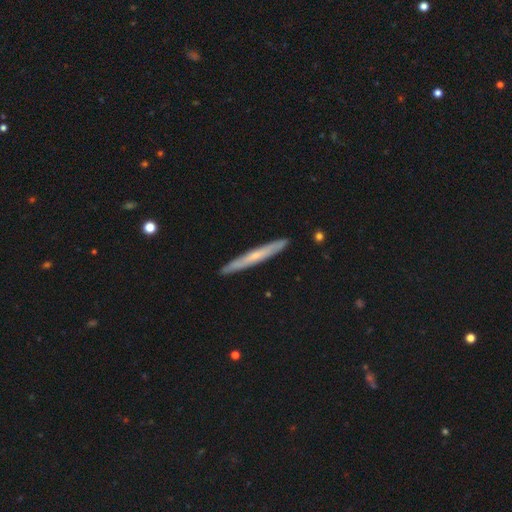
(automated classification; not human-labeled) This appears to be a featured or disk galaxy (55%) viewed edge-on (93%) with no central bulge (54%). Merging: none (90%).